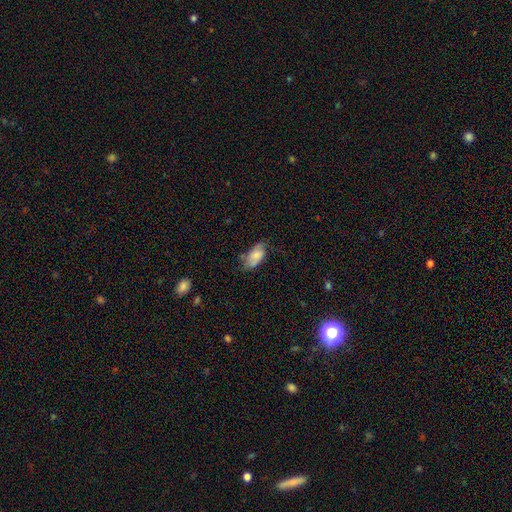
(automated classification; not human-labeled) This appears to be a smooth galaxy with no disk features (75%) that is in between round and cigar-shaped (92%). Merging: none (52%).